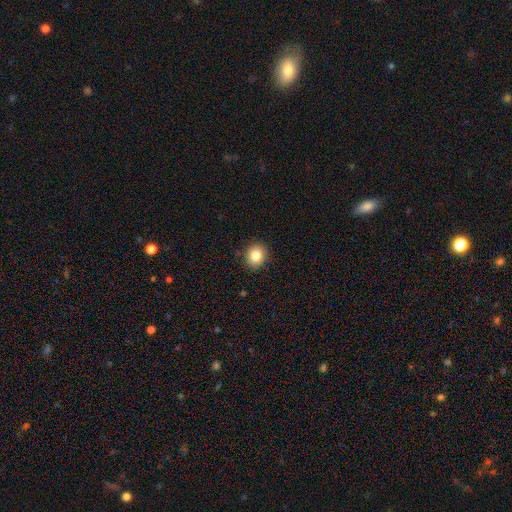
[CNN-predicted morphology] This appears to be a smooth galaxy with no disk features (82%) that is round (82%). Merging: none (90%).